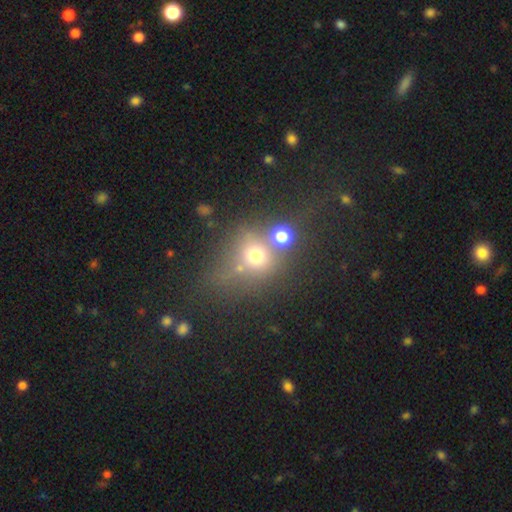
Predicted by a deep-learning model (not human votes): Overall: smooth (62%; star or artifact 24%). How rounded: round (78%). Merging: none (48%; merger 30%).